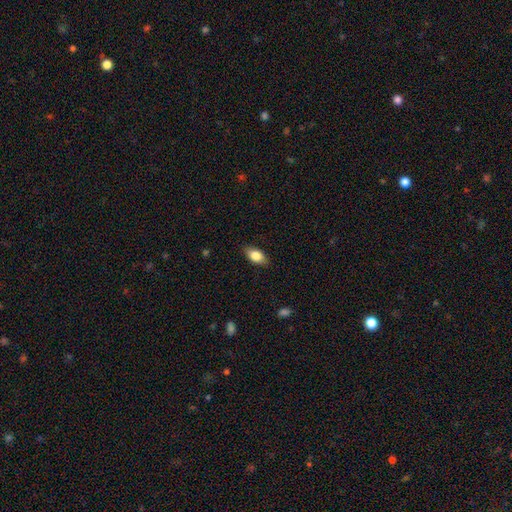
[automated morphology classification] type=smooth (80%); roundness=in between (88%); merging=none (84%).